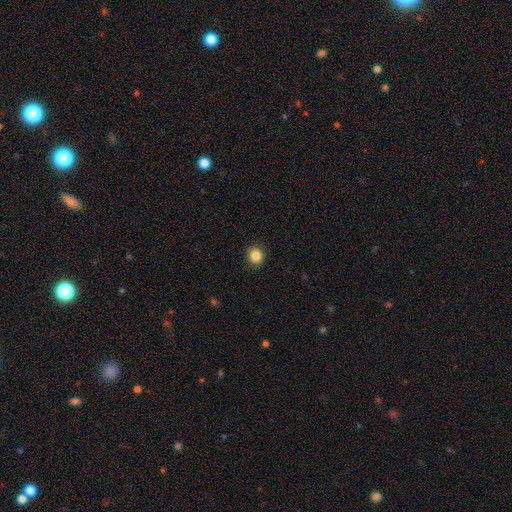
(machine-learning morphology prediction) smooth-or-featured: smooth: 86% | star or artifact: 10% | featured or disk: 4%
  how-rounded: round: 78% | in between: 21% | cigar-shaped: 1%
  merging: none: 88% | minor disturbance: 9% | major disturbance: 2% | merger: 1%